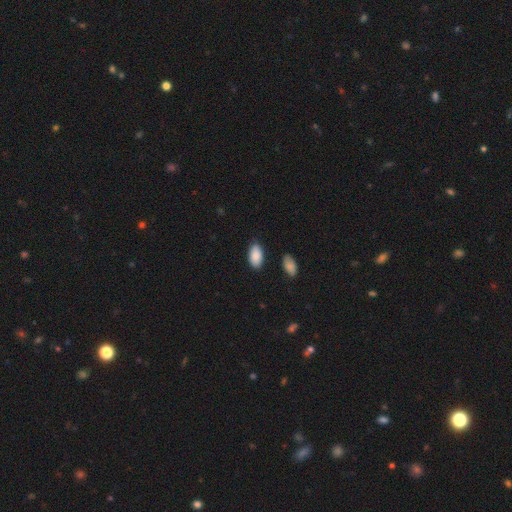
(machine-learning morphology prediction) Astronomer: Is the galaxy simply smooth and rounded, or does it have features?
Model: smooth — 90%.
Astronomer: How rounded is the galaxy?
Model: in between — 95%.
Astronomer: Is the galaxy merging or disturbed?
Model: none — 83%.